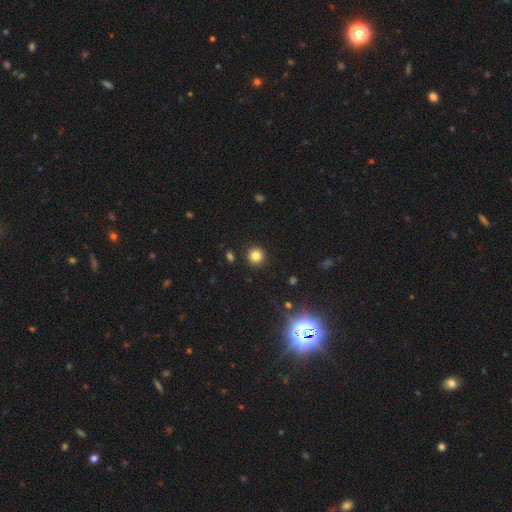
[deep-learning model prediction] Smooth or featured: smooth — 82% (star or artifact — 13%)
How rounded: round — 94% (in between — 5%)
Merging: none — 92% (minor disturbance — 5%)